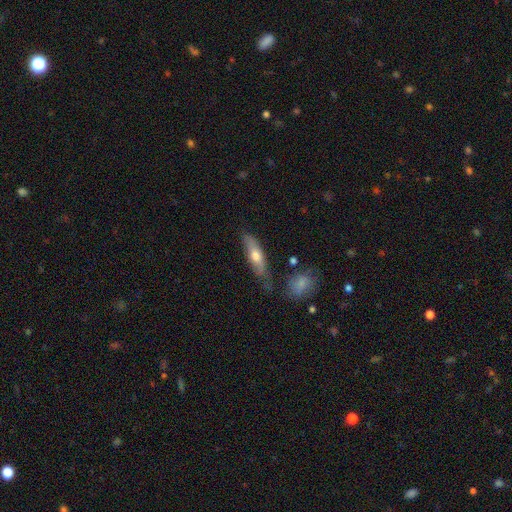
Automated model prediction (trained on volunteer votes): A smooth galaxy with no disk features (61%) that is cigar-shaped (53%). Merging: none (68%).